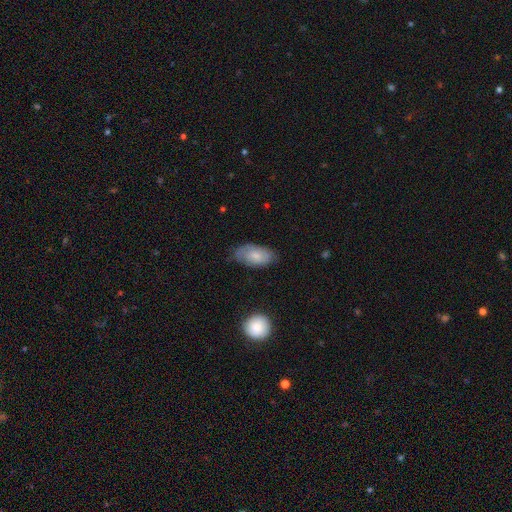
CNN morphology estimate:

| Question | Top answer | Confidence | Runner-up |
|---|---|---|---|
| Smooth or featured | smooth | 68% | featured or disk (26%) |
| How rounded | in between | 93% | round (4%) |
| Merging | none | 66% | minor disturbance (27%) |